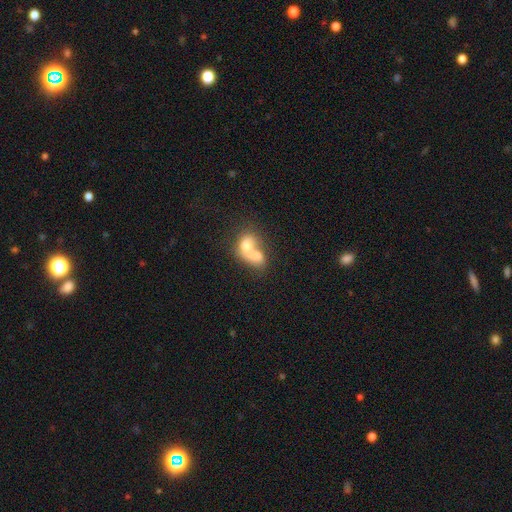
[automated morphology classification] Smooth or featured: smooth — 65% (featured or disk — 26%)
How rounded: in between — 61% (round — 37%)
Merging: merger — 78% (none — 11%)